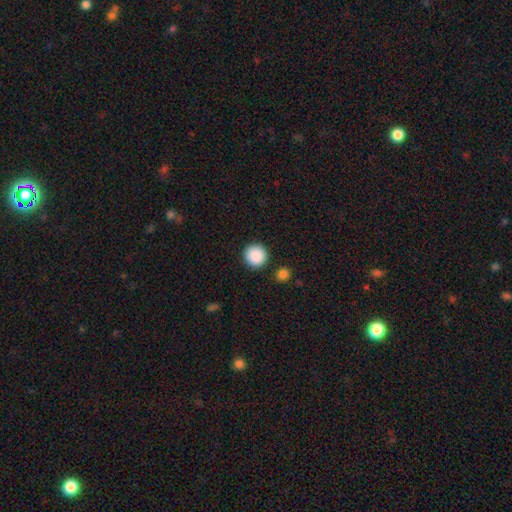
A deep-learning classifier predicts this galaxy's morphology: smooth_or_featured: smooth (p=0.89) [alt: star or artifact p=0.08]
how_rounded: round (p=0.95) [alt: in between p=0.04]
merging: none (p=0.91) [alt: minor disturbance p=0.05]